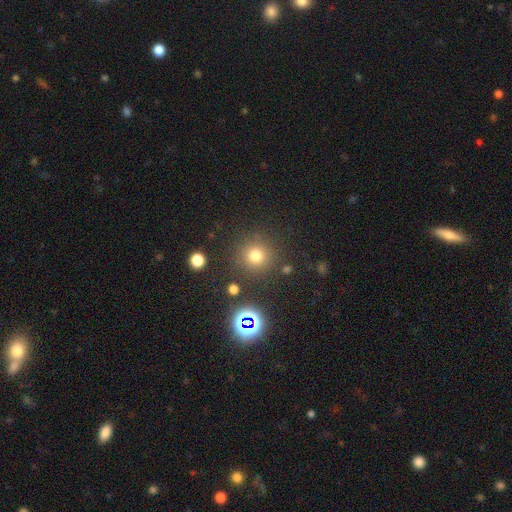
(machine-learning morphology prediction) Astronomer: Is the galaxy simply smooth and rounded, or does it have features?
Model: smooth — 74%.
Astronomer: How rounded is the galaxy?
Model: round — 94%.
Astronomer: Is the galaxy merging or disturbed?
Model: none — 86%.